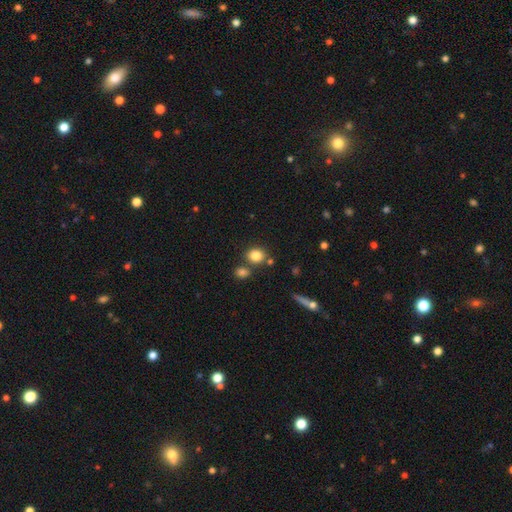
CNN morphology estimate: smooth_or_featured: smooth (p=0.83) [alt: star or artifact p=0.10]
how_rounded: round (p=0.68) [alt: in between p=0.31]
merging: none (p=0.70) [alt: merger p=0.17]